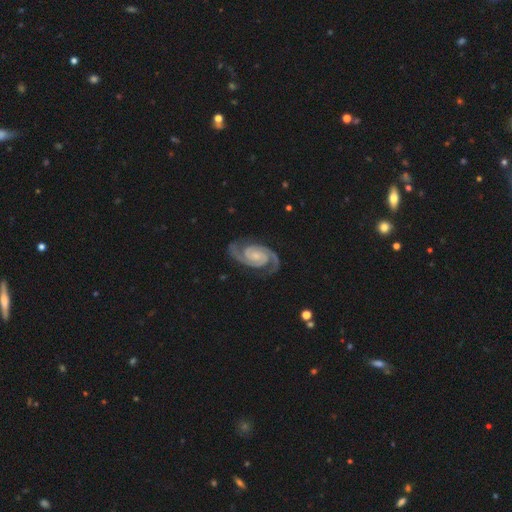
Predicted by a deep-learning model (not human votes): Morphology: type=featured or disk (94%); edge-on=no (98%); bar=no (59%); spiral arms=yes (99%); winding=tight (56%); arm count=2 (94%); bulge=small (60%); merging=none (83%).